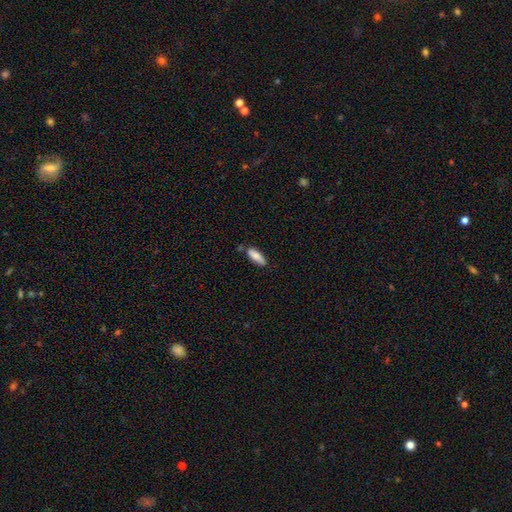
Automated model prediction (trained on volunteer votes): Overall: smooth (84%). How rounded: in between (64%; cigar-shaped 34%). Merging: none (72%).